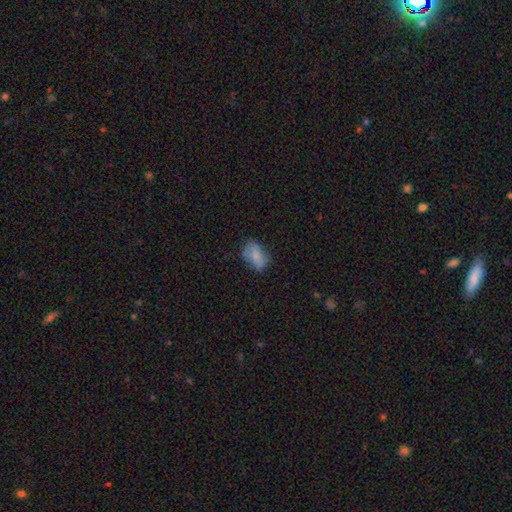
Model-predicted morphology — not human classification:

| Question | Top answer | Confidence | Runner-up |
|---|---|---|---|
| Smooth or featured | smooth | 72% | featured or disk (19%) |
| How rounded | in between | 85% | round (13%) |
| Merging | none | 58% | minor disturbance (28%) |